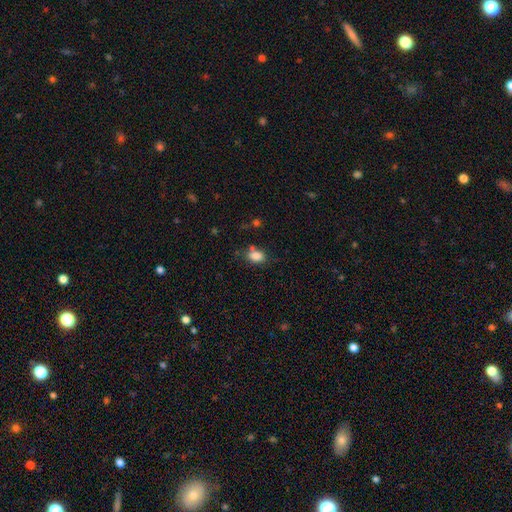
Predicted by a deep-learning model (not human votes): Smooth or featured?
  - smooth: 84% *
  - star or artifact: 10%
  - featured or disk: 6%
How rounded?
  - in between: 76% *
  - round: 23%
  - cigar-shaped: 2%
Merging?
  - none: 66% *
  - minor disturbance: 19%
  - merger: 9%
  - major disturbance: 6%